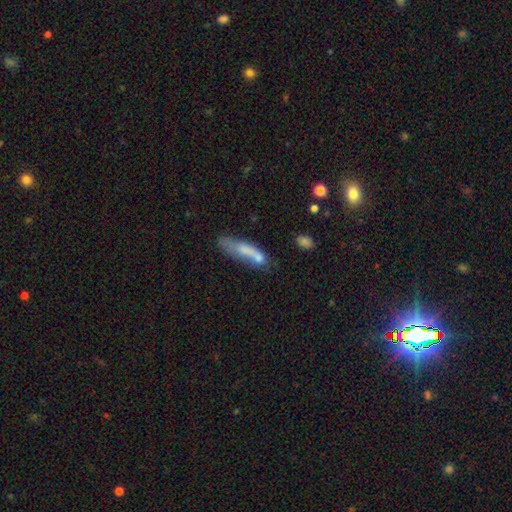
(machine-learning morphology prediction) smooth-or-featured: smooth: 64% | featured or disk: 27% | star or artifact: 9%
  how-rounded: cigar-shaped: 70% | in between: 28% | round: 3%
  merging: none: 40% | minor disturbance: 23% | merger: 22% | major disturbance: 15%